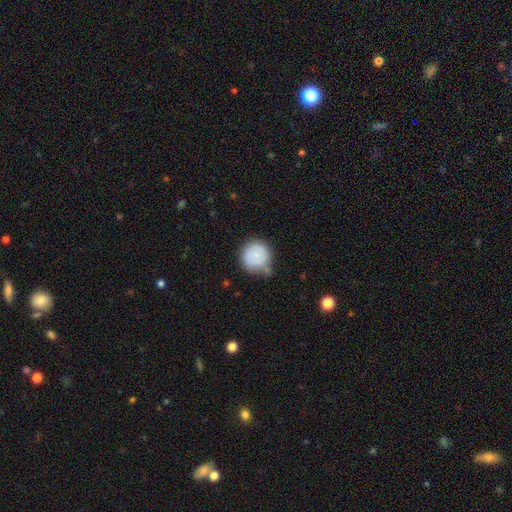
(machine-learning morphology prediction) Smooth or featured?
  - smooth: 75% *
  - featured or disk: 18%
  - star or artifact: 7%
How rounded?
  - round: 91% *
  - in between: 8%
  - cigar-shaped: 1%
Merging?
  - none: 49% *
  - minor disturbance: 33%
  - major disturbance: 10%
  - merger: 9%